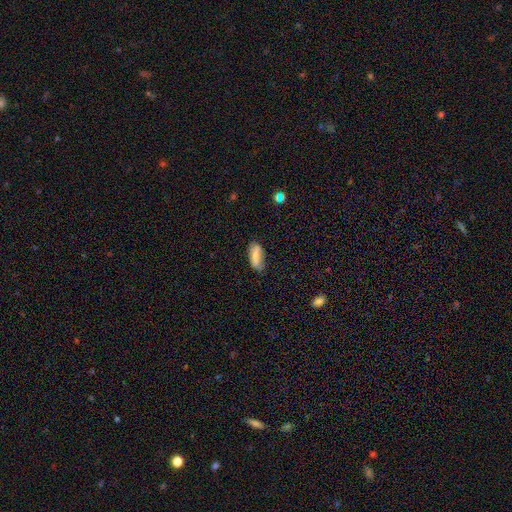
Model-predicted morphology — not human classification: Smooth or featured: smooth — 73% (featured or disk — 20%)
How rounded: in between — 72% (cigar-shaped — 25%)
Merging: none — 69% (minor disturbance — 23%)